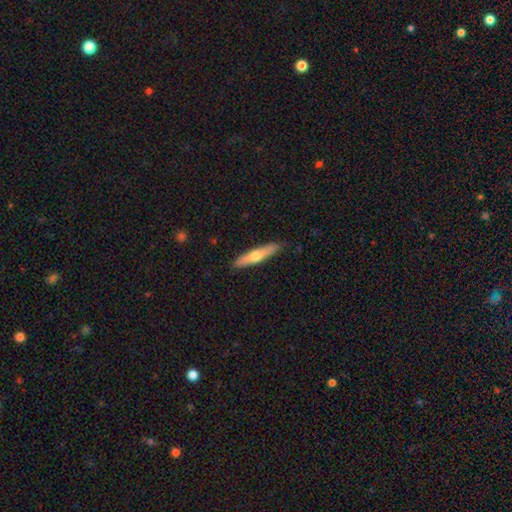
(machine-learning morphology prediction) type=smooth (55%); roundness=cigar-shaped (85%); merging=none (88%).